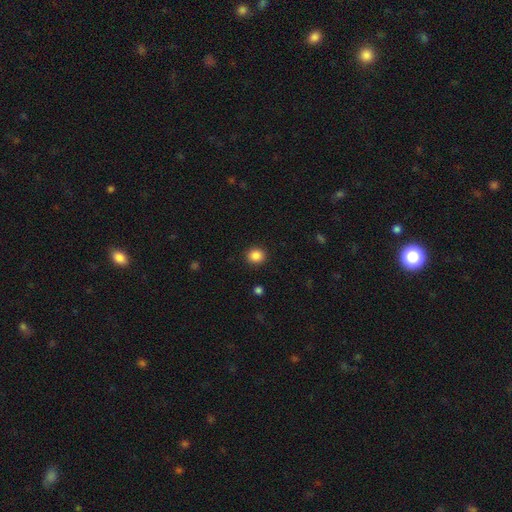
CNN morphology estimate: smooth_or_featured: smooth (p=0.86) [alt: star or artifact p=0.10]
how_rounded: round (p=0.84) [alt: in between p=0.16]
merging: none (p=0.91) [alt: minor disturbance p=0.06]